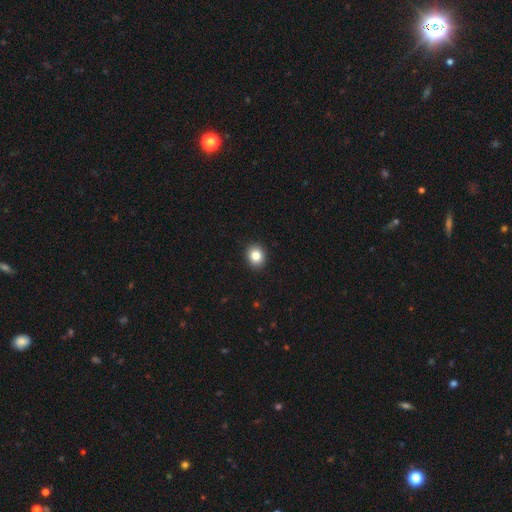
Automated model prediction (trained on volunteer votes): Smooth or featured: smooth — 84% (star or artifact — 10%)
How rounded: round — 67% (in between — 32%)
Merging: none — 92% (minor disturbance — 6%)